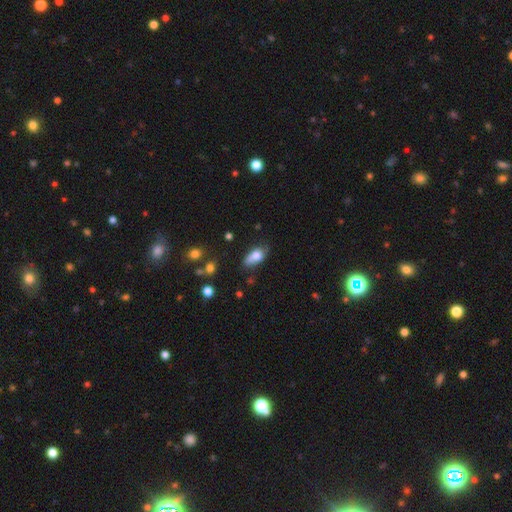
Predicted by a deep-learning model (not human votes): This is likely a smooth galaxy (75%). How rounded: clearly in between (85%). Merging: possibly none (47%).